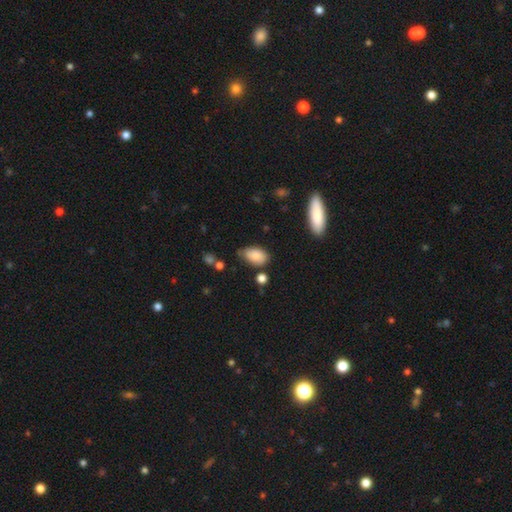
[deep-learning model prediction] Morphology: type=smooth (82%); roundness=in between (91%); merging=none (59%).